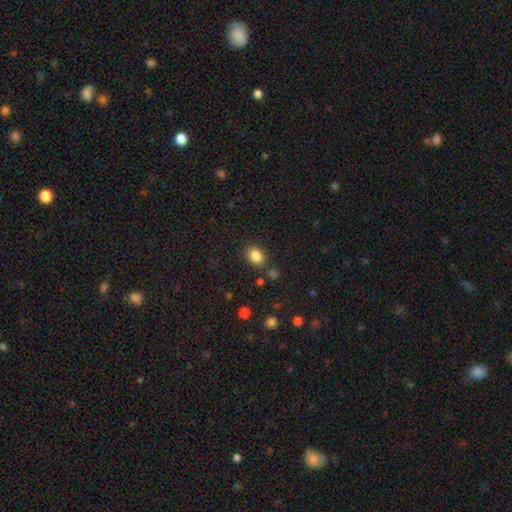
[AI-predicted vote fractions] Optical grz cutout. It shows a smooth galaxy with no disk features (85%) that is in between round and cigar-shaped (55%). Merging: none (80%).